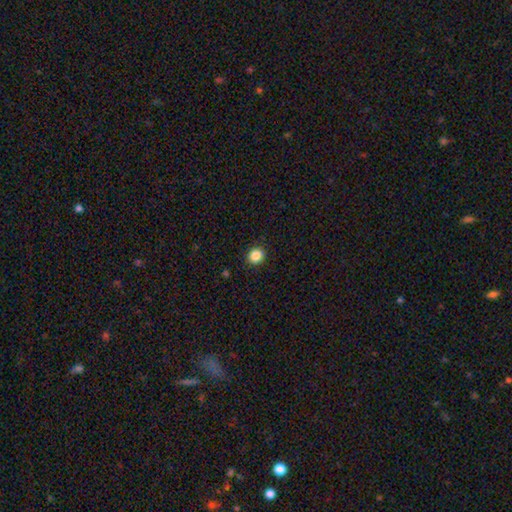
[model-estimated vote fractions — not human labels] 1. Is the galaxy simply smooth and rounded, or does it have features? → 86% smooth, 10% star or artifact, 4% featured or disk.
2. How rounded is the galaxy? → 79% round, 20% in between, 1% cigar-shaped.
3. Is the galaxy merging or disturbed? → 91% none, 6% minor disturbance, 2% major disturbance, 1% merger.